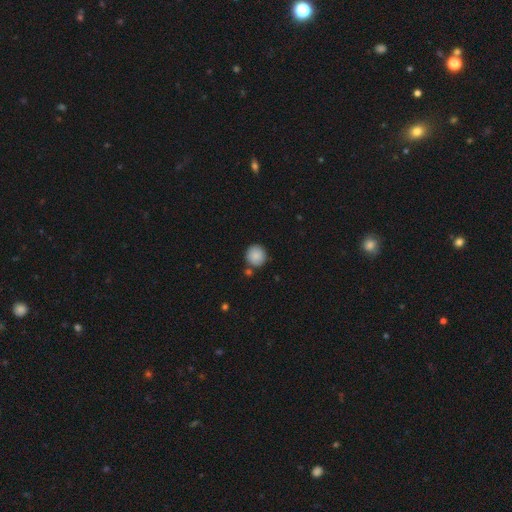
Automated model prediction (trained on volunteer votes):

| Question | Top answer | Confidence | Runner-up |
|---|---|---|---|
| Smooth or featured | smooth | 88% | star or artifact (7%) |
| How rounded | round | 92% | in between (7%) |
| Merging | none | 78% | minor disturbance (11%) |